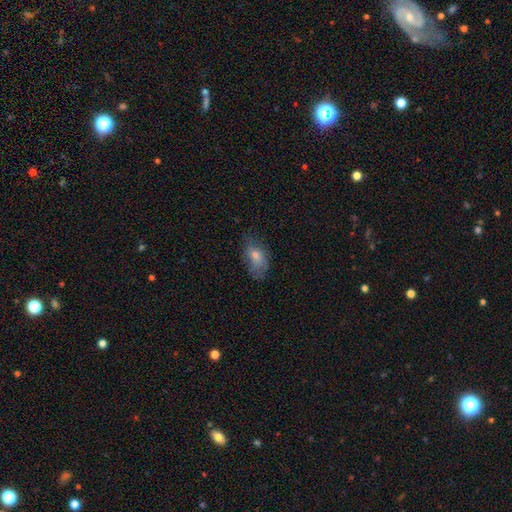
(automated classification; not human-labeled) This is likely a smooth galaxy (62%). How rounded: clearly in between (85%). Merging: likely none (61%).